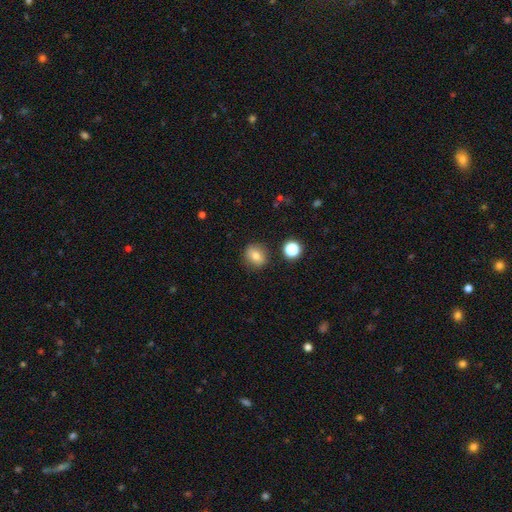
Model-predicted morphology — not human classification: smooth_or_featured: smooth (p=0.77) [alt: star or artifact p=0.12]
how_rounded: round (p=0.70) [alt: in between p=0.29]
merging: none (p=0.86) [alt: minor disturbance p=0.09]